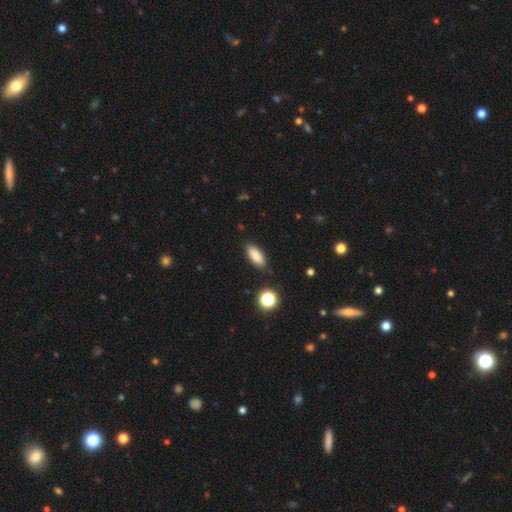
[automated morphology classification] smooth 86%, star or artifact 8%, featured or disk 6%. Down the decision tree: how rounded — in between (79%); merging — none (87%).